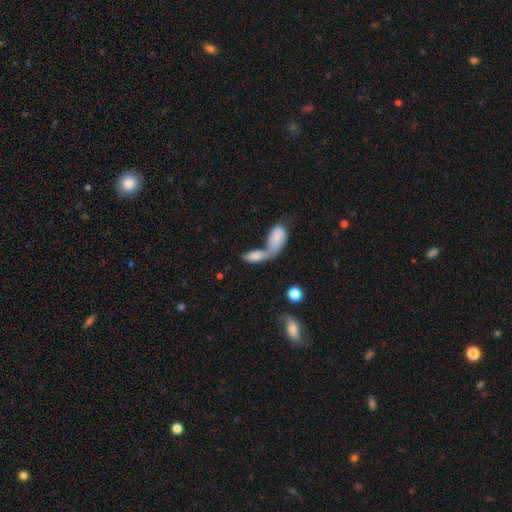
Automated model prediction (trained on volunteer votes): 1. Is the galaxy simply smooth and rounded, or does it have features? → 75% smooth, 18% featured or disk, 7% star or artifact.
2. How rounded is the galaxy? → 86% in between, 8% cigar-shaped, 5% round.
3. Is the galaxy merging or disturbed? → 73% merger, 13% none, 8% major disturbance, 6% minor disturbance.